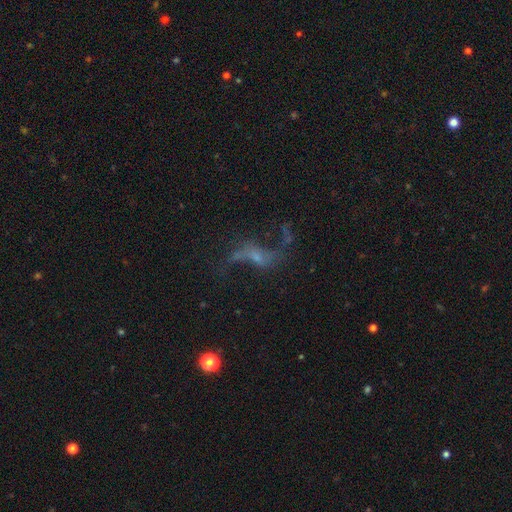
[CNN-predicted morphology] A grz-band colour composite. It shows a featured or disk galaxy (73%) with no bar (50%), 2 (87%) loose (93%) spiral arms (82%) and a small central bulge (54%). Merging: none (52%).